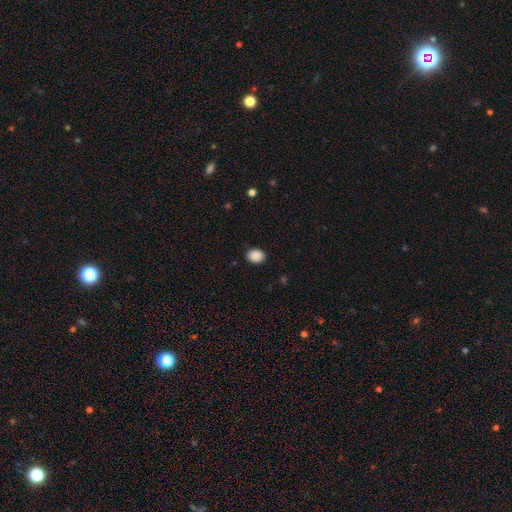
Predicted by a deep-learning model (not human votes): The model was most divided on "how rounded": in between: 53%, round: 46%, cigar-shaped: 1%. More confident: merging — none (90%); smooth or featured — smooth (90%).